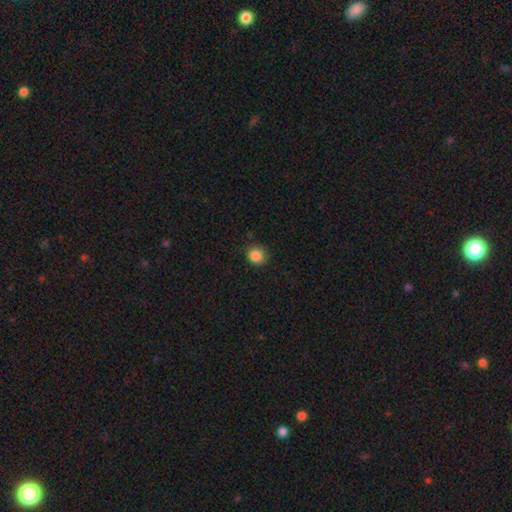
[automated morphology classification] smooth 86%, star or artifact 10%, featured or disk 3%. Down the decision tree: how rounded — round (88%); merging — none (85%).